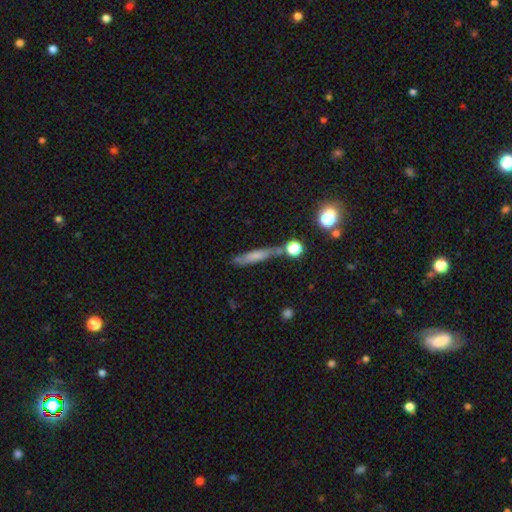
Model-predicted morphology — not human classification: A smooth galaxy with no disk features (61%) that is cigar-shaped (84%). Merging: none (62%).